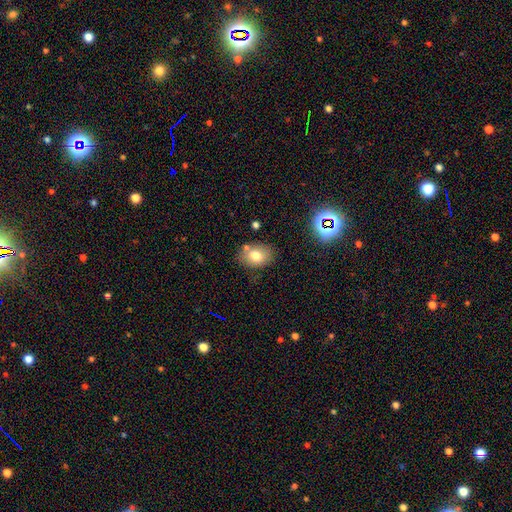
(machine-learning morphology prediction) smooth-or-featured: smooth: 75% | featured or disk: 14% | star or artifact: 11%
  how-rounded: in between: 70% | round: 29% | cigar-shaped: 1%
  merging: none: 73% | minor disturbance: 15% | merger: 8% | major disturbance: 4%